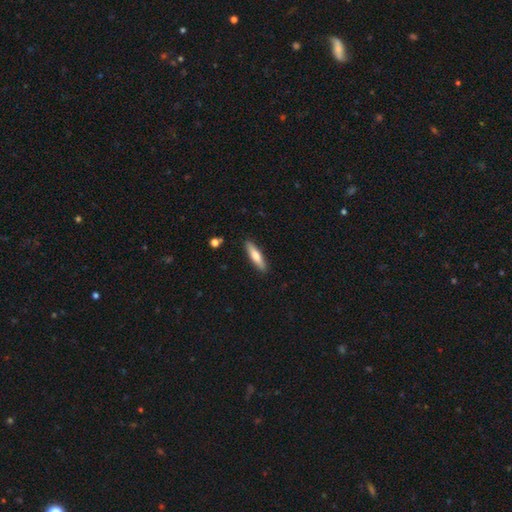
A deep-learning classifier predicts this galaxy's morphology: Smooth or featured? smooth (66%)
How rounded? cigar-shaped (77%)
Merging? none (89%)